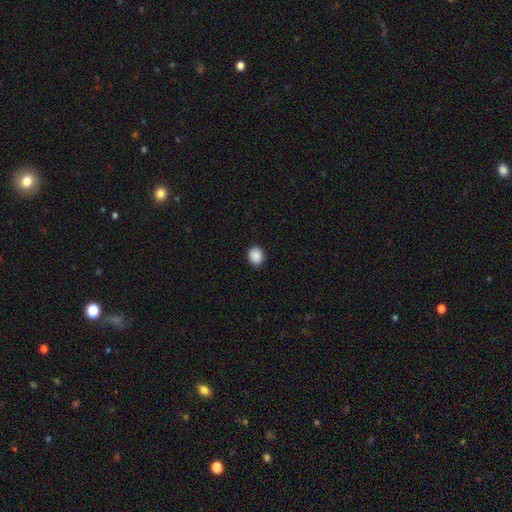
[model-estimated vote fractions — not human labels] Smooth or featured?
  - smooth: 89% *
  - star or artifact: 8%
  - featured or disk: 2%
How rounded?
  - round: 70% *
  - in between: 29%
  - cigar-shaped: 1%
Merging?
  - none: 90% *
  - minor disturbance: 7%
  - major disturbance: 2%
  - merger: 1%